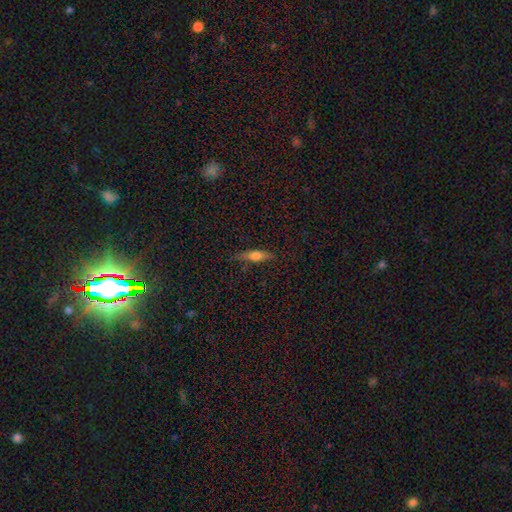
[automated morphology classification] Q: Smooth or featured?
A: smooth (56%); runner-up: featured or disk (36%)
Q: How rounded?
A: cigar-shaped (63%); runner-up: in between (34%)
Q: Merging?
A: none (78%); runner-up: minor disturbance (17%)